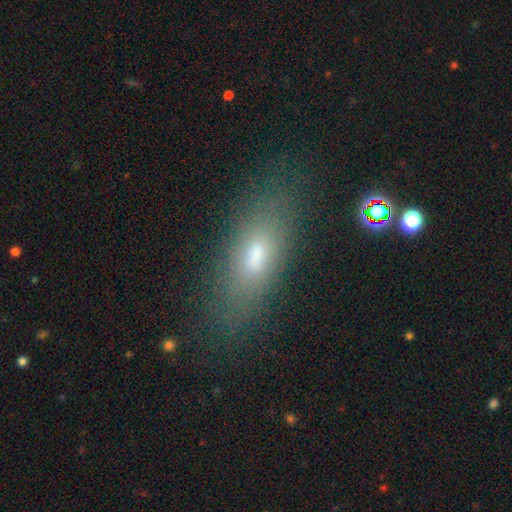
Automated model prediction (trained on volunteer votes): A smooth galaxy with no disk features (70%) that is in between round and cigar-shaped (70%). Merging: none (76%).